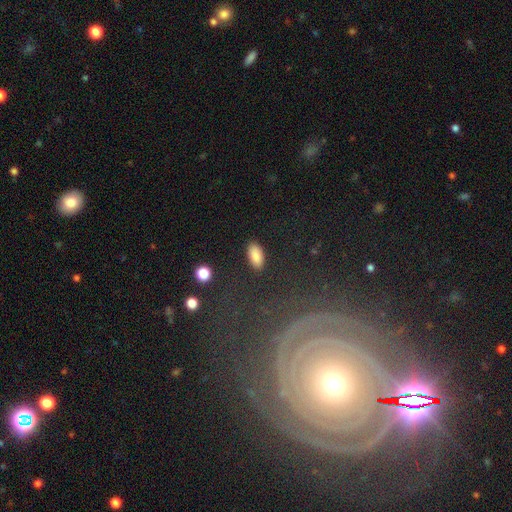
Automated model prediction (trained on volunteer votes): This is clearly a smooth galaxy (87%). How rounded: clearly in between (92%). Merging: clearly none (88%).